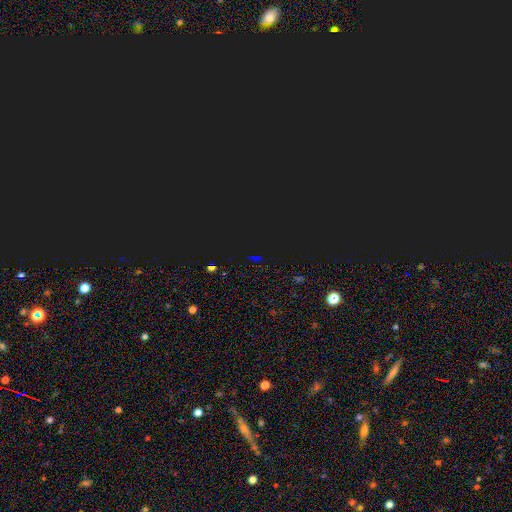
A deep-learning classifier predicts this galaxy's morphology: smooth_or_featured: star or artifact (p=0.77) [alt: smooth p=0.15]